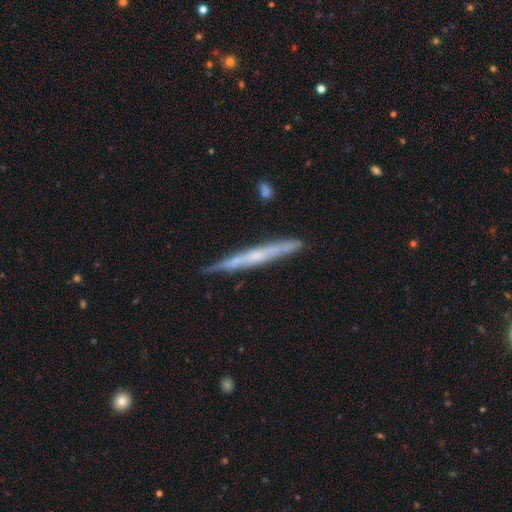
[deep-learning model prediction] Smooth or featured? featured or disk (58%)
Edge-on disk? yes (95%)
Edge-on bulge? none (65%)
Merging? none (85%)